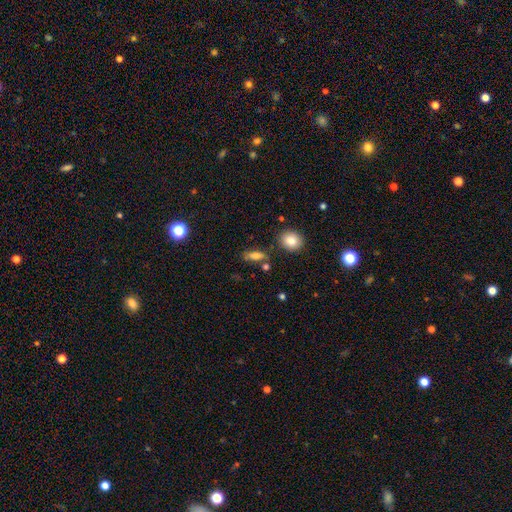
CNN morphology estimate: This is likely a smooth galaxy (73%). How rounded: likely in between (68%). Merging: likely none (70%).